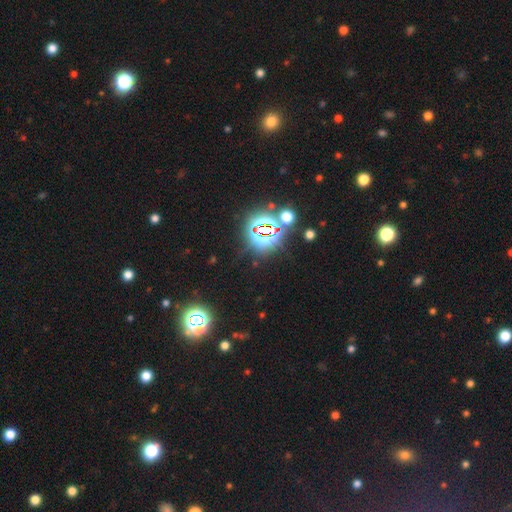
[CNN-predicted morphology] Overall: star or artifact (81%).